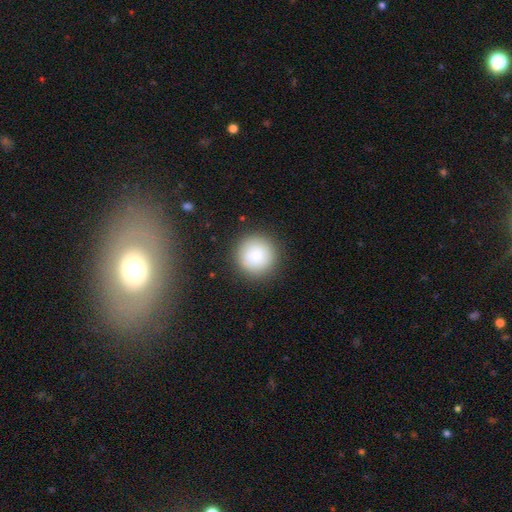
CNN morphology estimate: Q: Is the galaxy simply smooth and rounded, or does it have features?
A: smooth — 84%.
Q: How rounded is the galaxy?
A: round — 95%.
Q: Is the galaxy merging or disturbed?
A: none — 89%.